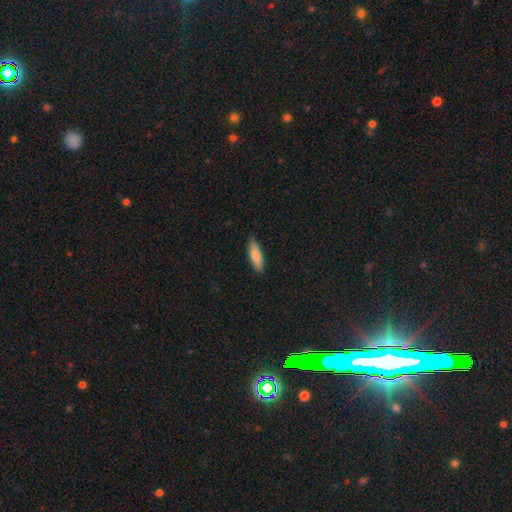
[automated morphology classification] A smooth galaxy with no disk features (81%) that is cigar-shaped (51%). Merging: none (85%).